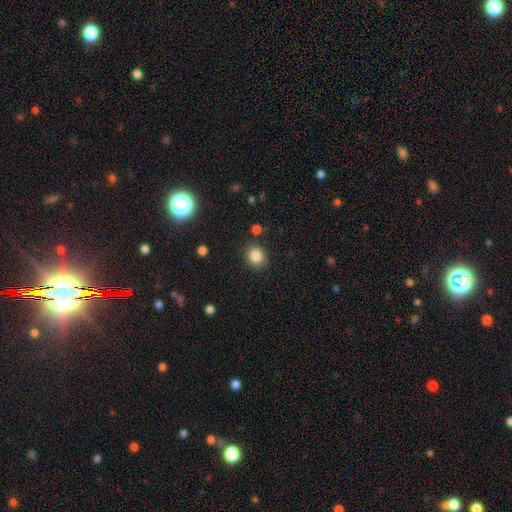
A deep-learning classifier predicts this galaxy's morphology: type=smooth (85%); roundness=round (67%); merging=none (86%).